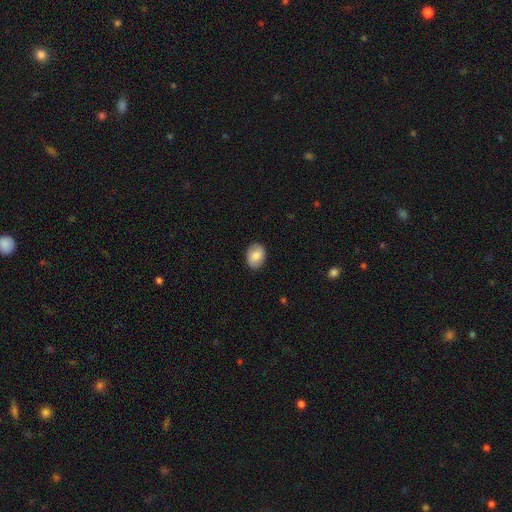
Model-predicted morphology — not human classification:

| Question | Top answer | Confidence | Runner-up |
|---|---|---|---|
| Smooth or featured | smooth | 78% | featured or disk (14%) |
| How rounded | in between | 69% | round (30%) |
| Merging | none | 86% | minor disturbance (10%) |